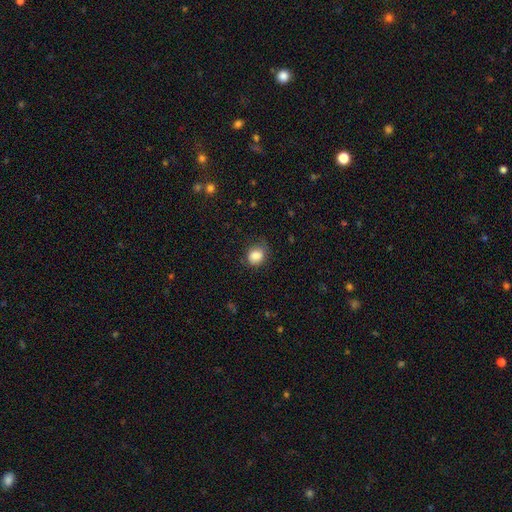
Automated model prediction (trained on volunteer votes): Morphology: type=smooth (84%); roundness=round (60%); merging=none (67%).